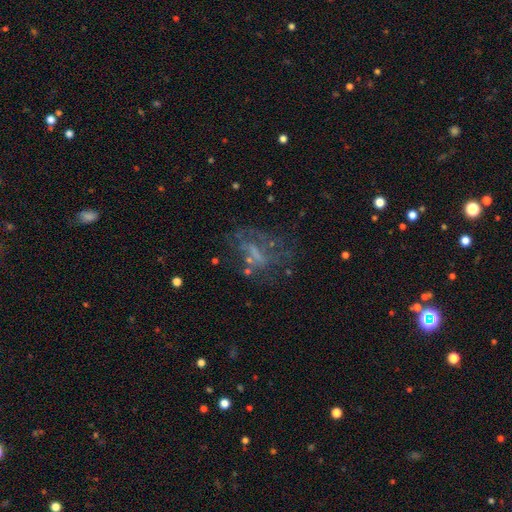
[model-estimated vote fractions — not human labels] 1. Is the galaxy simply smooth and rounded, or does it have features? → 49% featured or disk, 26% star or artifact, 25% smooth.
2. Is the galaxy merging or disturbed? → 45% none, 31% major disturbance, 18% minor disturbance, 6% merger.